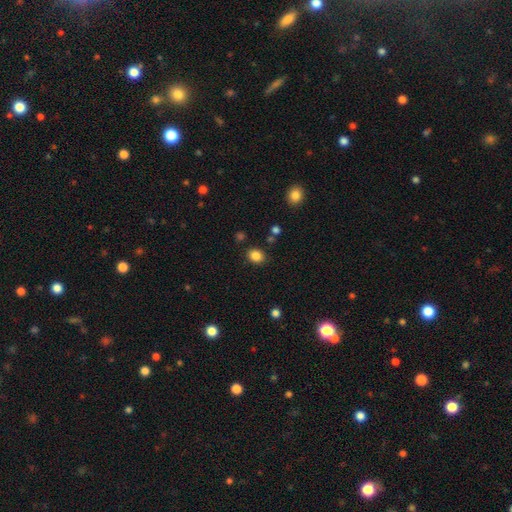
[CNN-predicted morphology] Smooth or featured: smooth — 85% (star or artifact — 11%)
How rounded: round — 55% (in between — 44%)
Merging: none — 84% (minor disturbance — 10%)